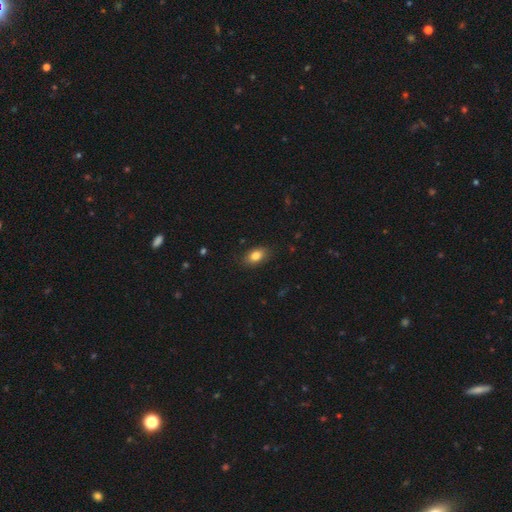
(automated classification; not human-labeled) smooth 83%, featured or disk 9%, star or artifact 8%. Down the decision tree: how rounded — in between (87%); merging — none (85%).